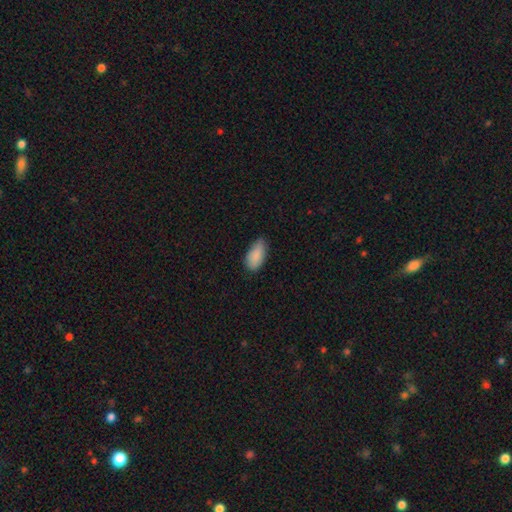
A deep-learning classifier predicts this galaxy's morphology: Smooth or featured? Predicted: smooth (p=0.87). How rounded? Predicted: in between (p=0.93). Merging? Predicted: none (p=0.65).